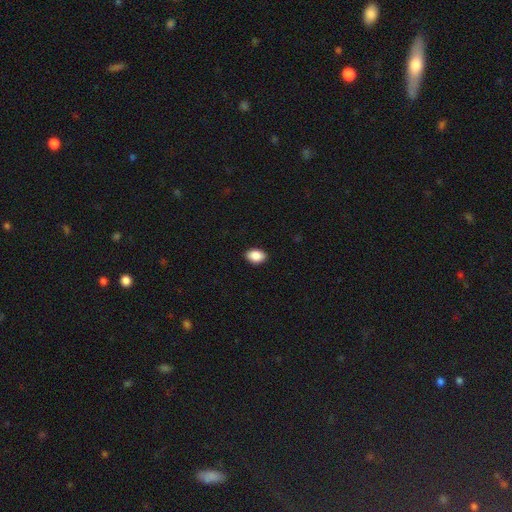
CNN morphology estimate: The model was most divided on "how rounded": in between: 84%, round: 15%, cigar-shaped: 1%. More confident: merging — none (91%); smooth or featured — smooth (89%).